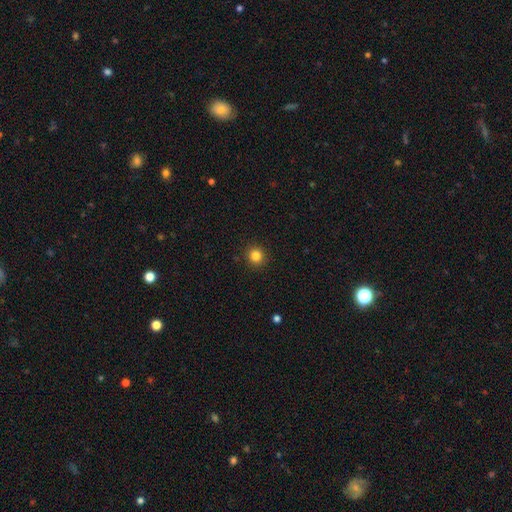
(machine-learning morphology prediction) The model was most divided on "smooth or featured": smooth: 84%, star or artifact: 12%, featured or disk: 5%. More confident: how rounded — round (92%); merging — none (92%).